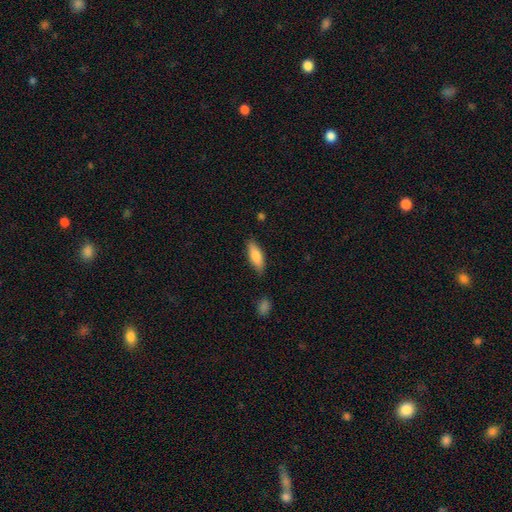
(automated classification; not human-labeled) Overall: smooth (80%). How rounded: in between (62%; cigar-shaped 36%). Merging: none (81%).